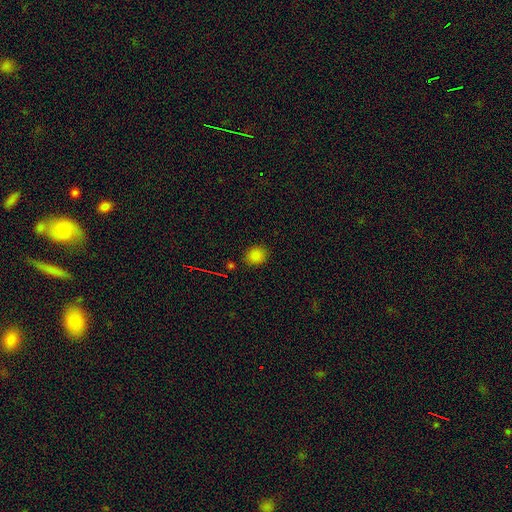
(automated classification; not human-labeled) The model was most divided on "how rounded": round: 72%, in between: 27%, cigar-shaped: 1%. More confident: merging — none (86%); smooth or featured — smooth (82%).